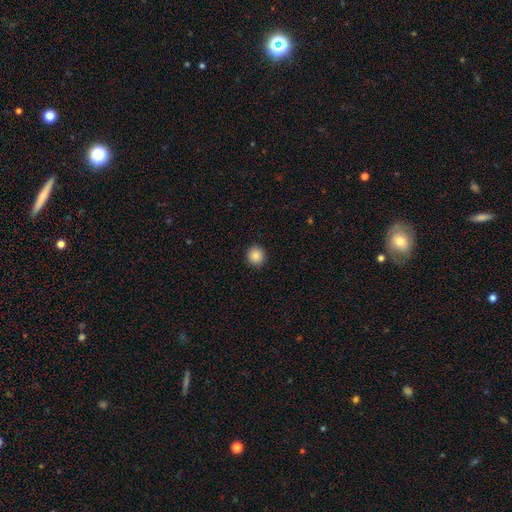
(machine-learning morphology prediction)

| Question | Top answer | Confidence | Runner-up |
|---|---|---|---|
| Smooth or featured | smooth | 86% | star or artifact (10%) |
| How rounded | round | 92% | in between (7%) |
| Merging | none | 92% | minor disturbance (5%) |